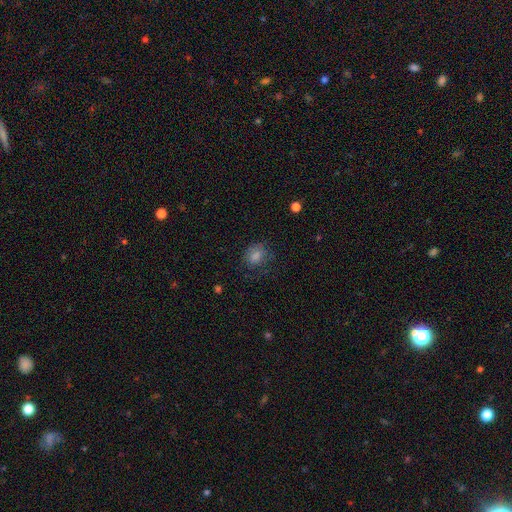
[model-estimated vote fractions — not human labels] Smooth or featured: smooth — 66% (star or artifact — 19%)
How rounded: round — 64% (in between — 35%)
Merging: none — 66% (minor disturbance — 20%)